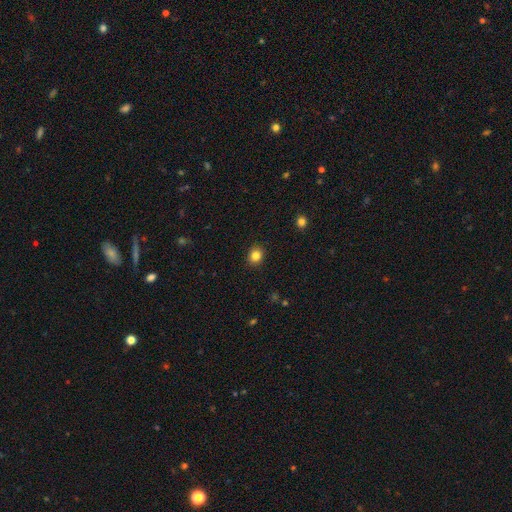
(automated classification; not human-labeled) Q: Smooth or featured?
A: smooth (83%); runner-up: star or artifact (11%)
Q: How rounded?
A: round (65%); runner-up: in between (34%)
Q: Merging?
A: none (90%); runner-up: minor disturbance (7%)